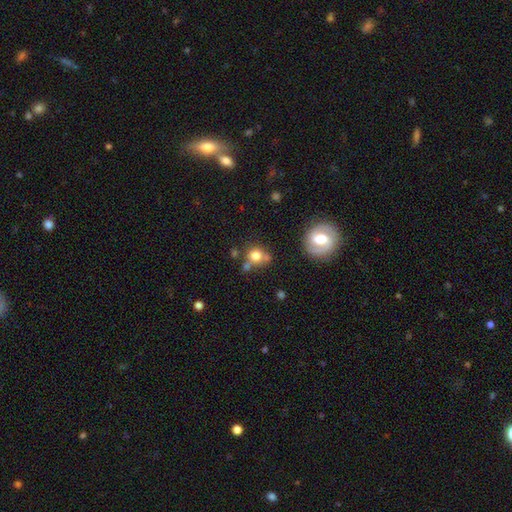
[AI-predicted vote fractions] The model was most divided on "merging": none: 56%, merger: 22%, minor disturbance: 16%, major disturbance: 6%. More confident: how rounded — round (80%); smooth or featured — smooth (75%).